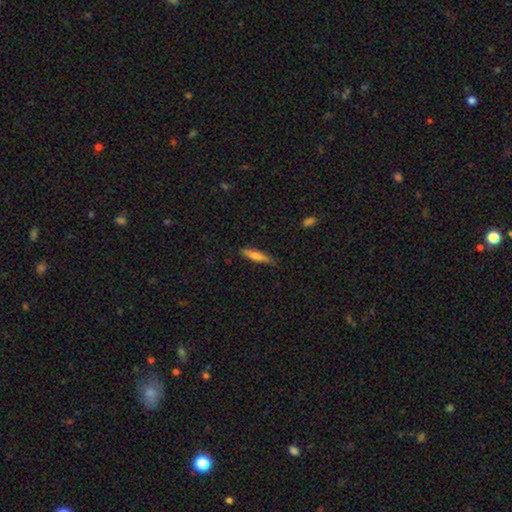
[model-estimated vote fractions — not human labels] The model was most divided on "smooth or featured": smooth: 65%, featured or disk: 29%, star or artifact: 6%. More confident: how rounded — cigar-shaped (85%); merging — none (81%).